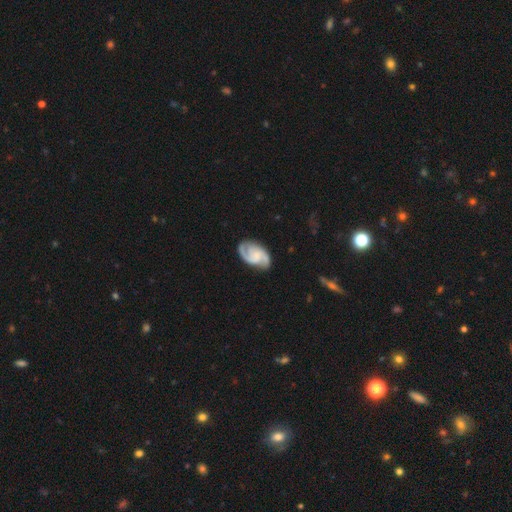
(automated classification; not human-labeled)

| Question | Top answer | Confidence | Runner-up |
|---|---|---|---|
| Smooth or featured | featured or disk | 86% | smooth (10%) |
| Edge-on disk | no | 98% | yes (2%) |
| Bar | no | 54% | weak (37%) |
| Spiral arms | yes | 98% | no (2%) |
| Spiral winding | medium | 51% | tight (32%) |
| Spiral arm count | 2 | 83% | 3 (7%) |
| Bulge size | none | 38% | small (37%) |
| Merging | none | 76% | minor disturbance (16%) |